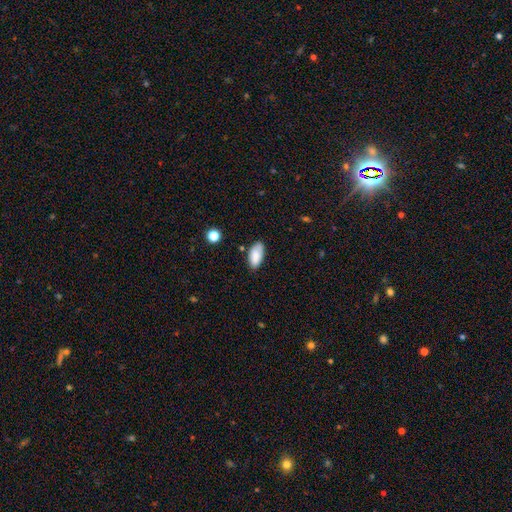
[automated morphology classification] Q: Smooth or featured?
A: smooth (85%); runner-up: featured or disk (8%)
Q: How rounded?
A: in between (92%); runner-up: cigar-shaped (6%)
Q: Merging?
A: none (76%); runner-up: minor disturbance (18%)